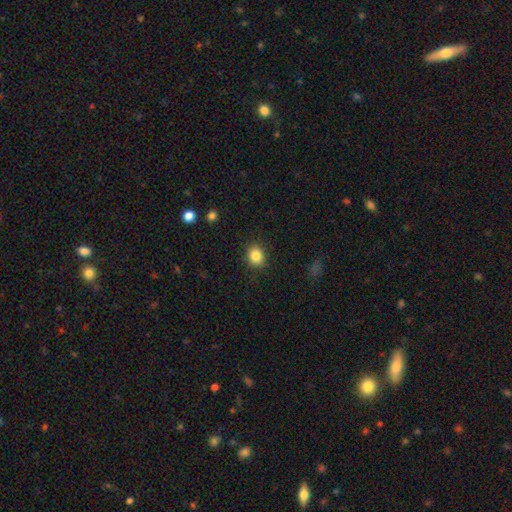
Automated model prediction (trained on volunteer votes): Overall: smooth (86%). How rounded: round (60%; in between 39%). Merging: none (88%).